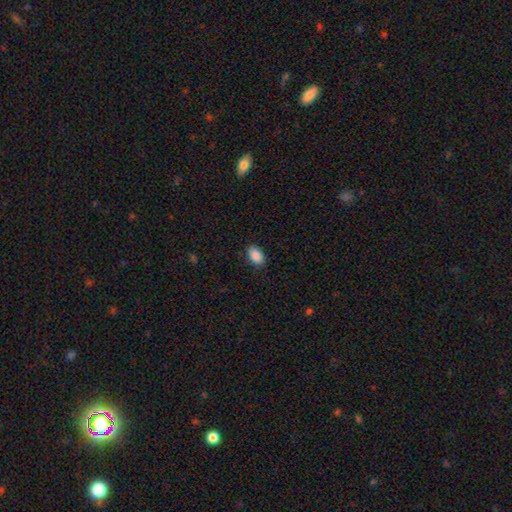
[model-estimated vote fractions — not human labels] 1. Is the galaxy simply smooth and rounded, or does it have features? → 89% smooth, 7% star or artifact, 3% featured or disk.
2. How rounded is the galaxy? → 91% in between, 8% round, 2% cigar-shaped.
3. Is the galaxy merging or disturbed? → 86% none, 11% minor disturbance, 2% major disturbance, 1% merger.